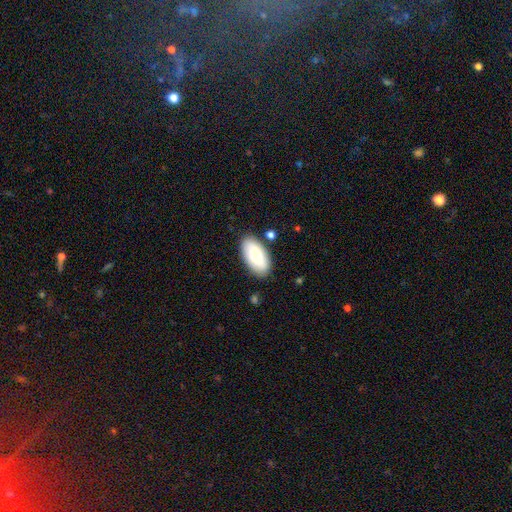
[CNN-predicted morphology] Smooth or featured: smooth — 74% (featured or disk — 20%)
How rounded: in between — 94% (cigar-shaped — 3%)
Merging: none — 84% (minor disturbance — 10%)